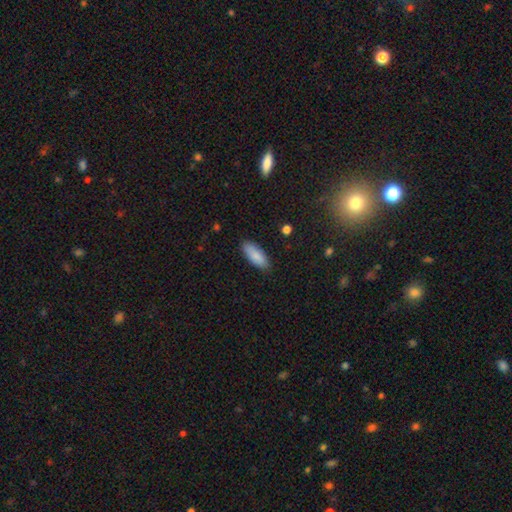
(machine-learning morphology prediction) Smooth or featured? Predicted: smooth (p=0.86). How rounded? Predicted: in between (p=0.78). Merging? Predicted: none (p=0.88).